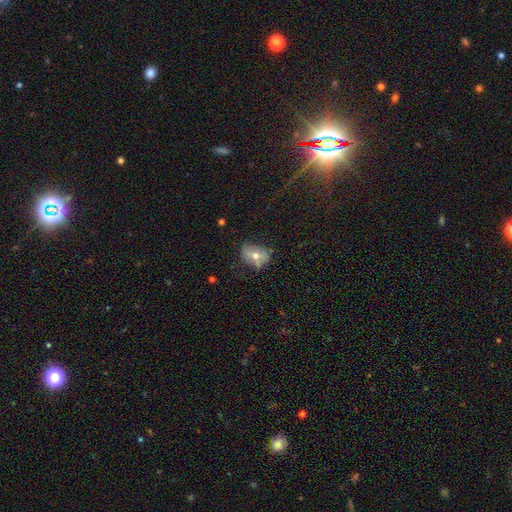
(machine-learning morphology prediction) Smooth or featured: smooth — 58% (featured or disk — 31%)
How rounded: in between — 70% (round — 28%)
Merging: none — 53% (minor disturbance — 31%)